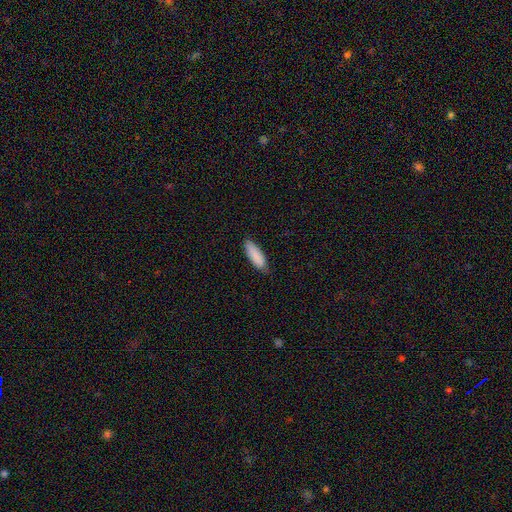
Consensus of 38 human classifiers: Volunteers were most divided on "how rounded": in between: 63%, cigar-shaped: 37%, round: 0%. More confident: merging — none (89%); smooth or featured — smooth (79%).